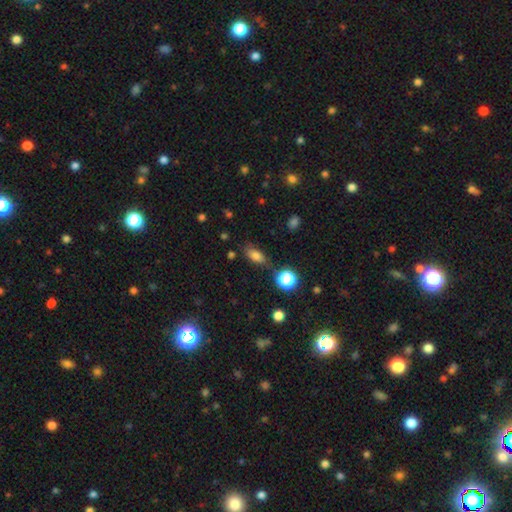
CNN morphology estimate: A smooth galaxy with no disk features (77%) that is in between round and cigar-shaped (79%).

Vote fractions:
- Smooth or featured? smooth: 77% / star or artifact: 14% / featured or disk: 9%
- How rounded? in between: 79% / cigar-shaped: 11% / round: 9%
- Merging? none: 74% / minor disturbance: 17% / major disturbance: 5% / merger: 4%